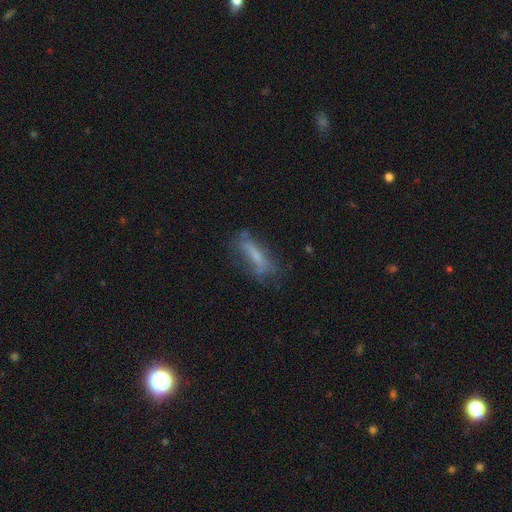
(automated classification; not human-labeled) Smooth or featured? smooth (52%)
How rounded? cigar-shaped (60%)
Merging? none (52%)